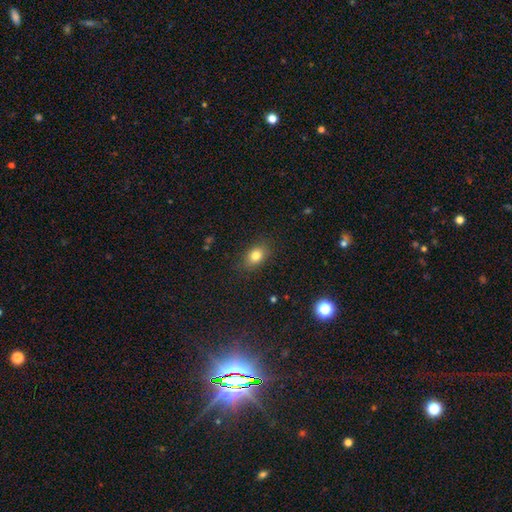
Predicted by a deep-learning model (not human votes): A smooth galaxy with no disk features (81%) that is in between round and cigar-shaped (71%).

Vote fractions:
- Smooth or featured? smooth: 81% / star or artifact: 11% / featured or disk: 8%
- How rounded? in between: 71% / round: 27% / cigar-shaped: 2%
- Merging? none: 84% / minor disturbance: 11% / major disturbance: 3% / merger: 1%